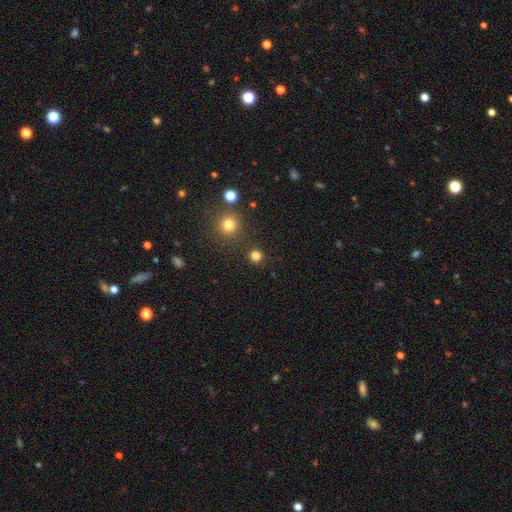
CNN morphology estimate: The model was most divided on "smooth or featured": smooth: 80%, star or artifact: 17%, featured or disk: 4%. More confident: how rounded — round (92%); merging — none (87%).